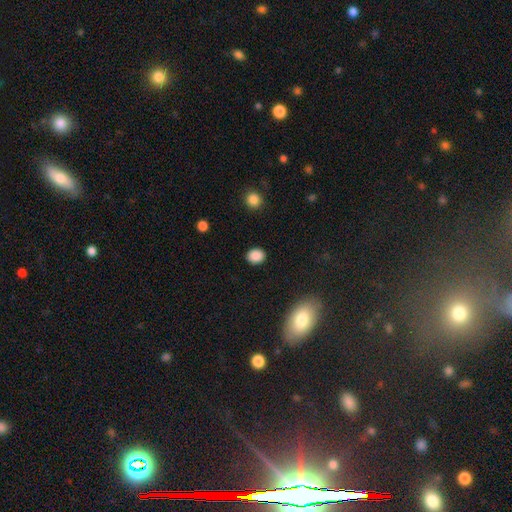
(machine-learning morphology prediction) smooth-or-featured: smooth: 87% | star or artifact: 9% | featured or disk: 3%
  how-rounded: round: 52% | in between: 47% | cigar-shaped: 1%
  merging: none: 89% | minor disturbance: 8% | major disturbance: 2% | merger: 1%